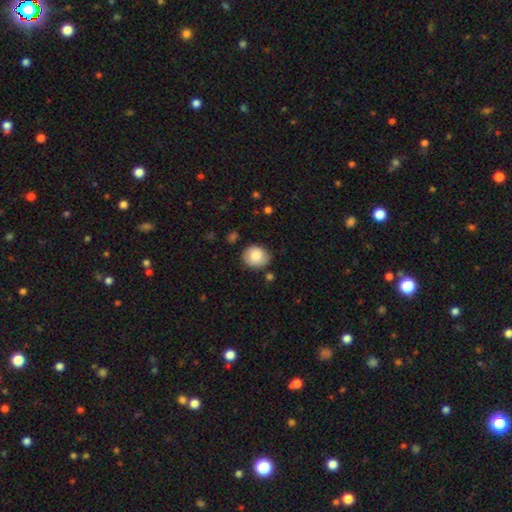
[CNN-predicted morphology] This is clearly a smooth galaxy (84%). How rounded: likely round (78%). Merging: likely none (76%).